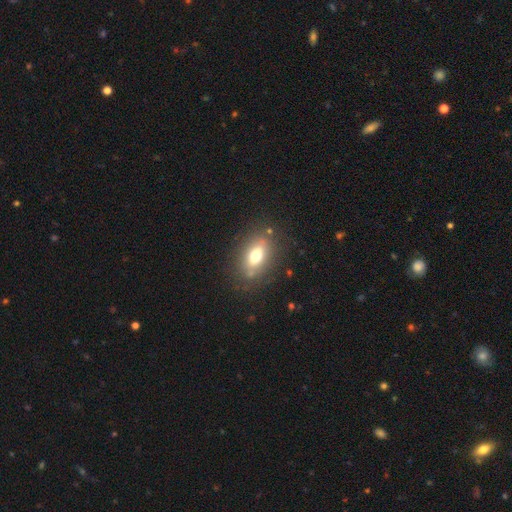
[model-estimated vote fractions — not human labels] Smooth or featured?
  - smooth: 64% *
  - featured or disk: 27%
  - star or artifact: 10%
How rounded?
  - in between: 80% *
  - round: 11%
  - cigar-shaped: 9%
Merging?
  - none: 79% *
  - minor disturbance: 13%
  - major disturbance: 5%
  - merger: 3%